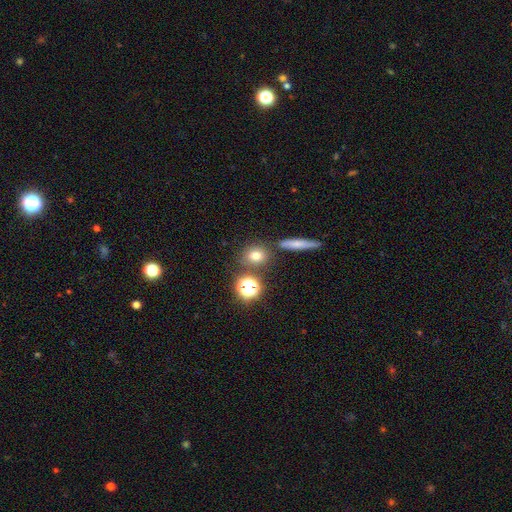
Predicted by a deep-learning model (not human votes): Smooth or featured: smooth — 72% (star or artifact — 18%)
How rounded: round — 71% (in between — 25%)
Merging: none — 78% (merger — 10%)